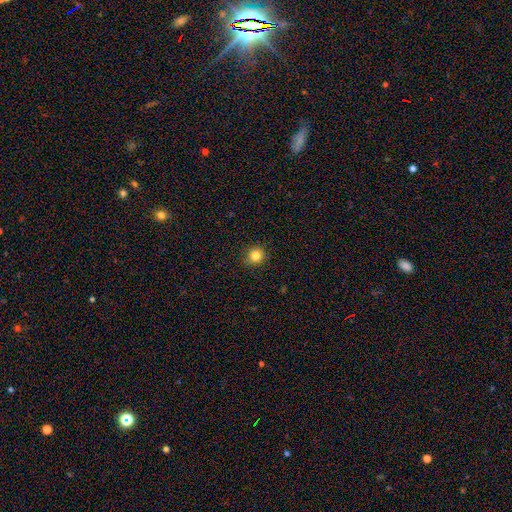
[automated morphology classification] smooth_or_featured: smooth (p=0.83) [alt: star or artifact p=0.12]
how_rounded: round (p=0.91) [alt: in between p=0.08]
merging: none (p=0.90) [alt: minor disturbance p=0.07]